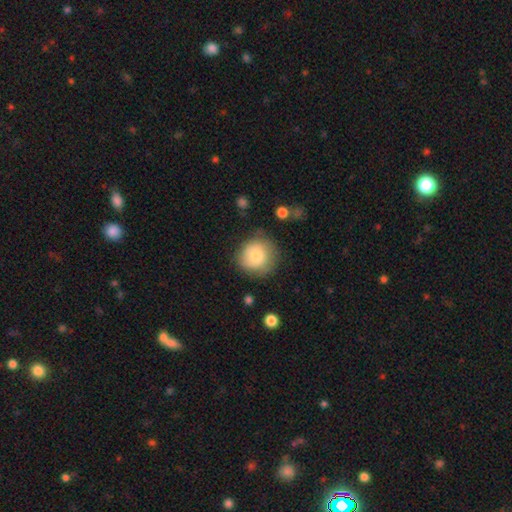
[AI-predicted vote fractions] Morphology: type=smooth (78%); roundness=round (89%); merging=none (72%).